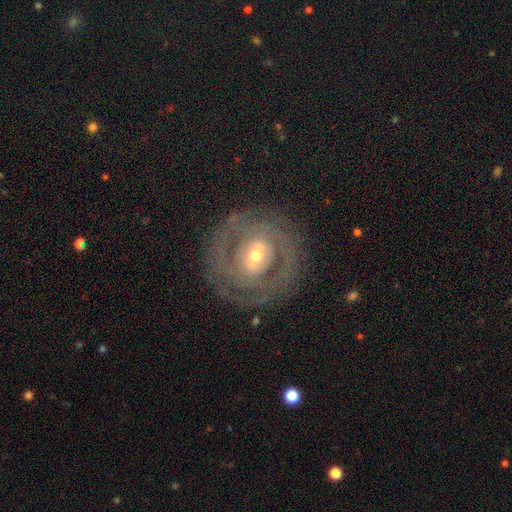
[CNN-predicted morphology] A featured or disk galaxy (76%) with no bar (47%), spiral arms (66%) and a moderate central bulge (48%).

Vote fractions:
- Smooth or featured? featured or disk: 76% / smooth: 18% / star or artifact: 6%
- Edge-on disk? no: 96% / yes: 4%
- Bar? no: 47% / weak: 34% / strong: 19%
- Spiral arms? yes: 66% / no: 34%
- Bulge size? moderate: 48% / small: 44% / large: 6% / dominant: 1% / none: 1%
- Merging? none: 79% / minor disturbance: 12% / major disturbance: 8% / merger: 1%